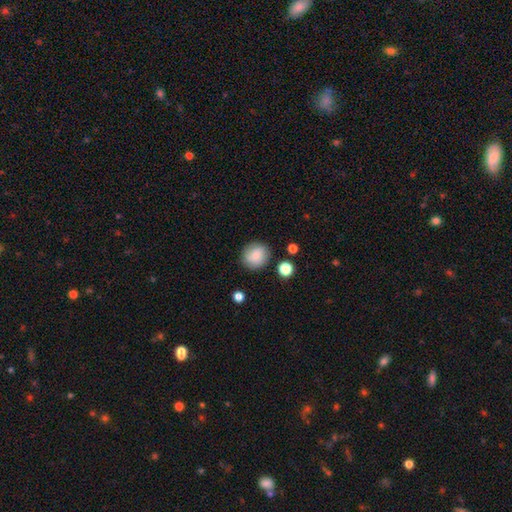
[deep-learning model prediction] This is likely a smooth galaxy (80%). How rounded: clearly round (85%). Merging: clearly none (84%).